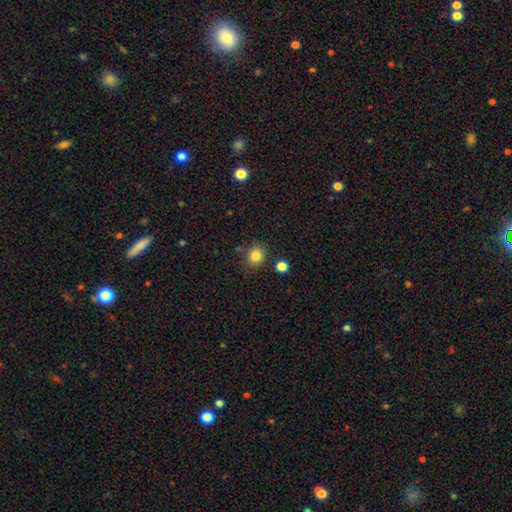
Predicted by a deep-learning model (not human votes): Smooth or featured? Predicted: smooth (p=0.83). How rounded? Predicted: round (p=0.71). Merging? Predicted: none (p=0.80).